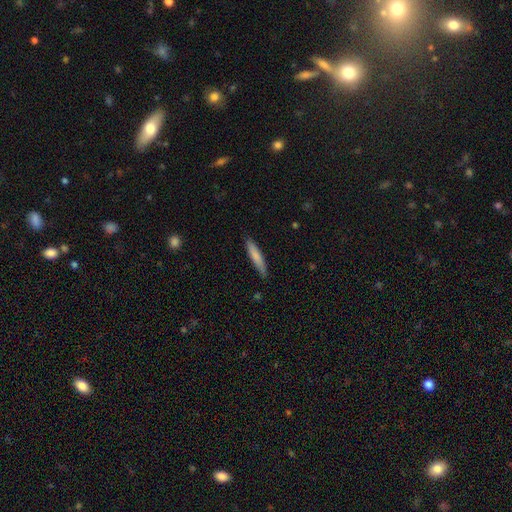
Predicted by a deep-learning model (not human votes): smooth_or_featured: smooth (p=0.78) [alt: featured or disk p=0.17]
how_rounded: cigar-shaped (p=0.90) [alt: in between p=0.09]
merging: none (p=0.85) [alt: minor disturbance p=0.12]